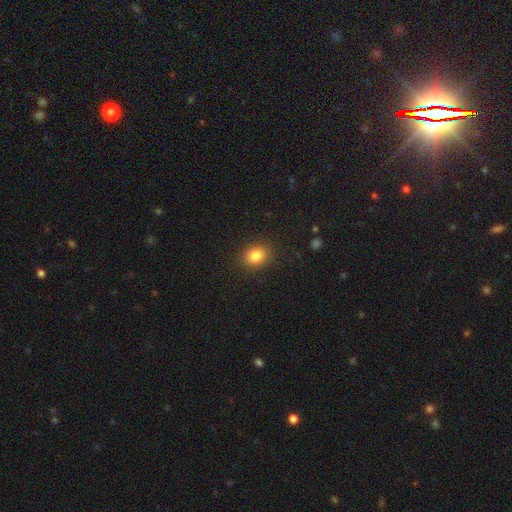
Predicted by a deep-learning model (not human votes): This is clearly a smooth galaxy (83%). How rounded: possibly round (57%). Merging: clearly none (89%).